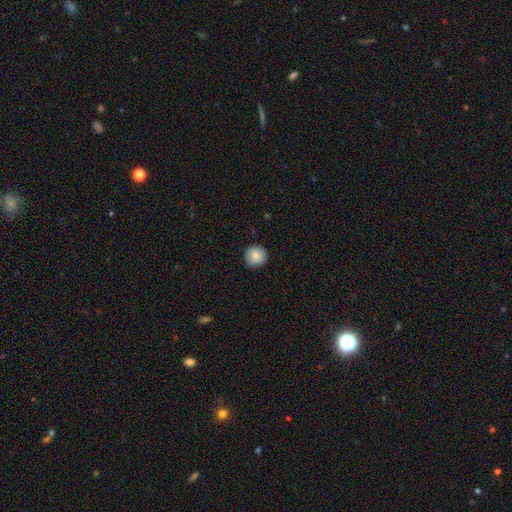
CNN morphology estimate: Smooth or featured? smooth (86%)
How rounded? round (96%)
Merging? none (92%)